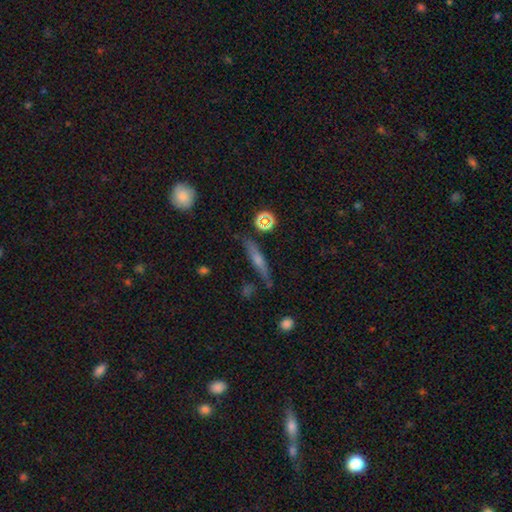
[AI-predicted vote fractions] A featured or disk galaxy (59%) viewed edge-on (94%) with a rounded central bulge (75%).

Vote fractions:
- Smooth or featured? featured or disk: 59% / smooth: 31% / star or artifact: 10%
- Edge-on disk? yes: 94% / no: 6%
- Edge-on bulge? rounded: 75% / none: 18% / boxy: 8%
- Merging? none: 83% / minor disturbance: 11% / major disturbance: 3% / merger: 3%